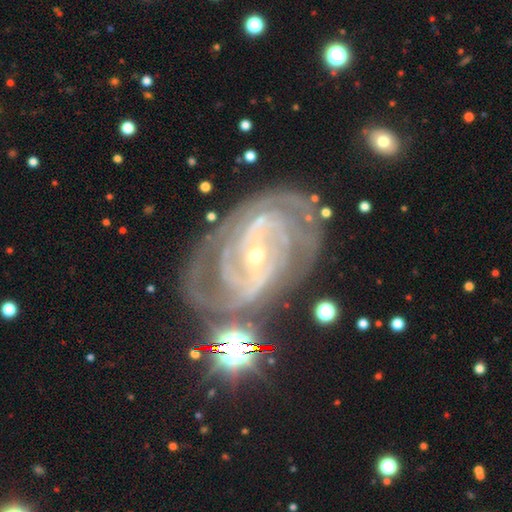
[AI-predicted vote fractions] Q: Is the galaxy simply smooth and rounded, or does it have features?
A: featured or disk — 90%.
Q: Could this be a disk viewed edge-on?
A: no — 96%.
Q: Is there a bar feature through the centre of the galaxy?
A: strong — 42%.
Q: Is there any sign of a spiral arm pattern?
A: yes — 97%.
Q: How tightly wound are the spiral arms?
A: tight — 64%.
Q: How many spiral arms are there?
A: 2 — 39%.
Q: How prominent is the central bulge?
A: small — 79%.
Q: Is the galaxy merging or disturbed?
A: none — 72%.